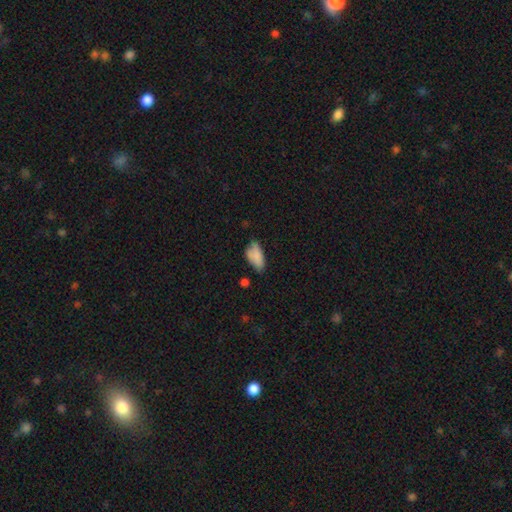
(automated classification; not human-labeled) Smooth or featured? smooth (83%)
How rounded? in between (90%)
Merging? none (50%)